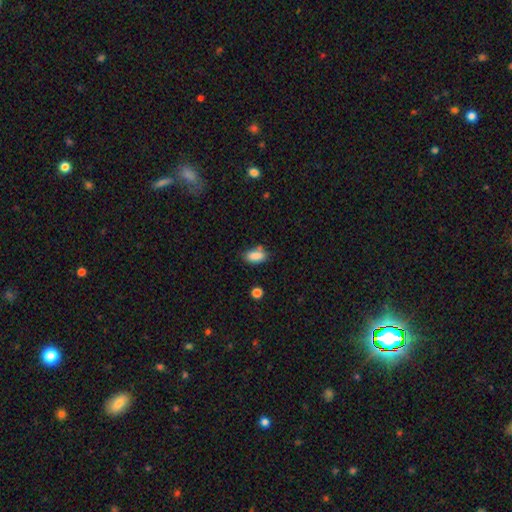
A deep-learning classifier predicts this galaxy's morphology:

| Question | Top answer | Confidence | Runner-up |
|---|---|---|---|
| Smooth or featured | smooth | 86% | star or artifact (8%) |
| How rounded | in between | 89% | cigar-shaped (6%) |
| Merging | none | 69% | minor disturbance (19%) |